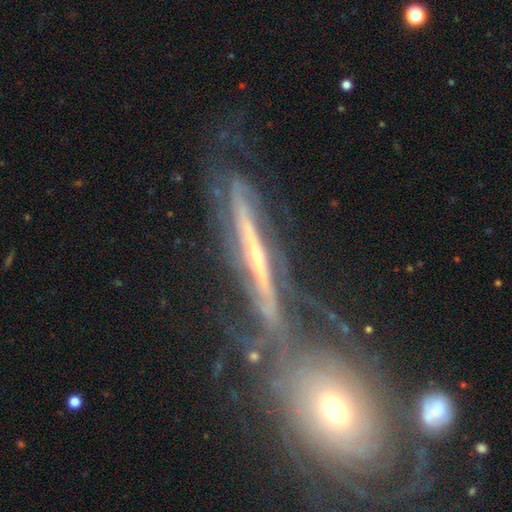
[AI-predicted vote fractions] Smooth or featured? featured or disk (82%)
Edge-on disk? yes (72%)
Edge-on bulge? rounded (49%)
Merging? none (44%)